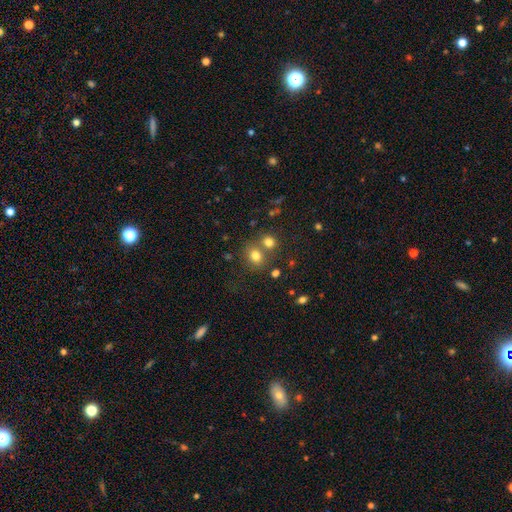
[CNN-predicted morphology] smooth 76%, star or artifact 15%, featured or disk 9%. Down the decision tree: how rounded — round (66%); merging — none (56%).